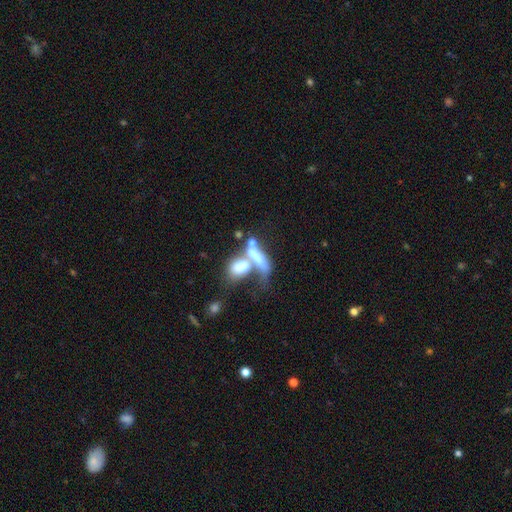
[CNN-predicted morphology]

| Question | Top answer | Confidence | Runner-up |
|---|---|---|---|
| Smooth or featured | smooth | 56% | featured or disk (34%) |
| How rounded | in between | 63% | cigar-shaped (29%) |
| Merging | merger | 64% | major disturbance (15%) |